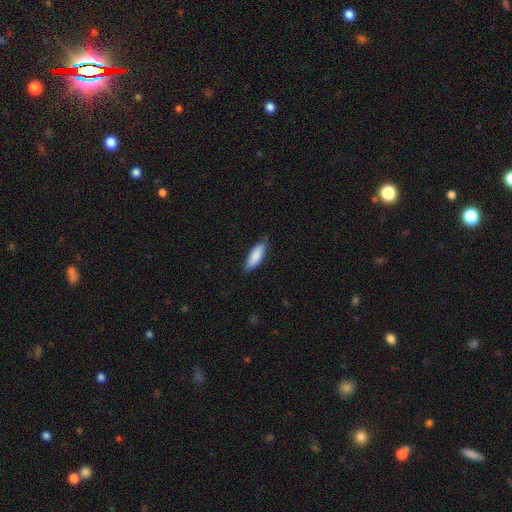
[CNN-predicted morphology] Overall: smooth (87%). How rounded: in between (67%; cigar-shaped 32%). Merging: none (77%).